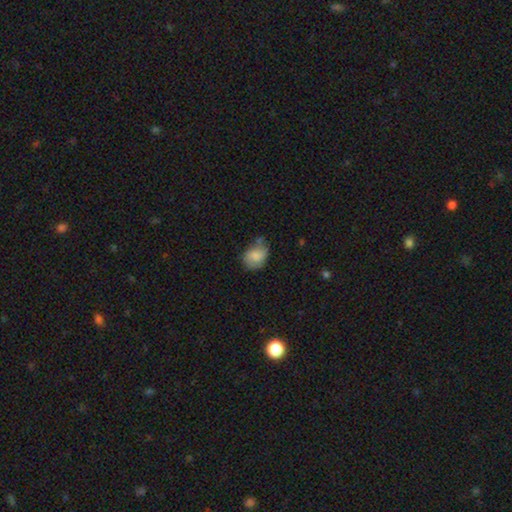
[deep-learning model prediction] smooth_or_featured: smooth (p=0.76) [alt: featured or disk p=0.16]
how_rounded: in between (p=0.59) [alt: round p=0.40]
merging: none (p=0.48) [alt: minor disturbance p=0.36]